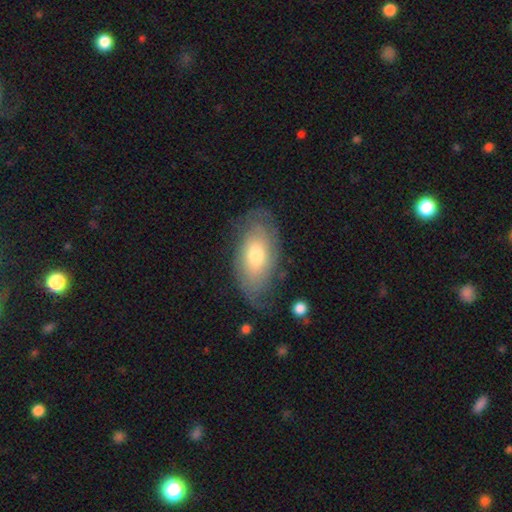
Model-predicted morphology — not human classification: This appears to be a featured or disk galaxy (51%). Merging: none (67%).